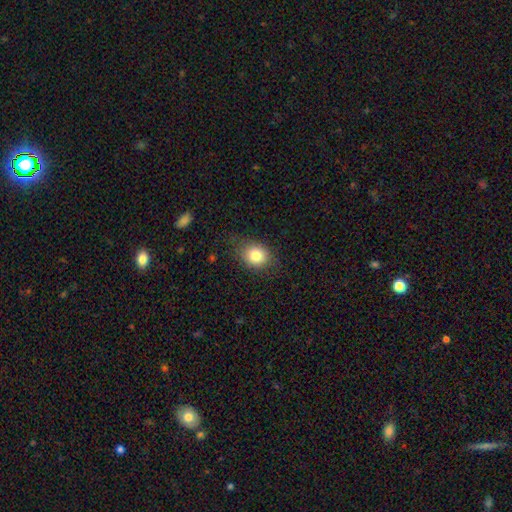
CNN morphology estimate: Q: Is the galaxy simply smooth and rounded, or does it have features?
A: smooth — 80%.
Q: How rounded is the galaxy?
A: round — 57%.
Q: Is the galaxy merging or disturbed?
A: none — 76%.